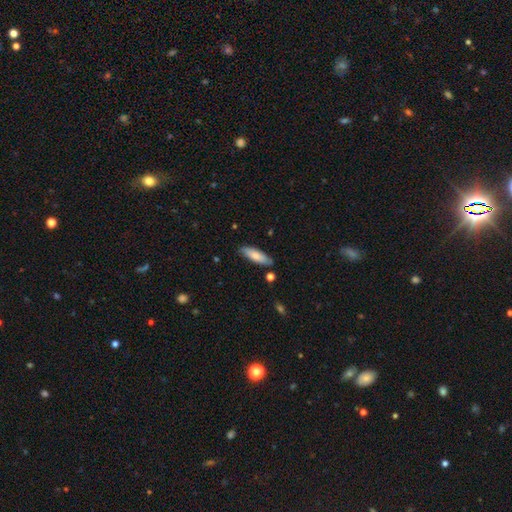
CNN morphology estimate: This is likely a smooth galaxy (77%). How rounded: possibly in between (50%). Merging: clearly none (83%).